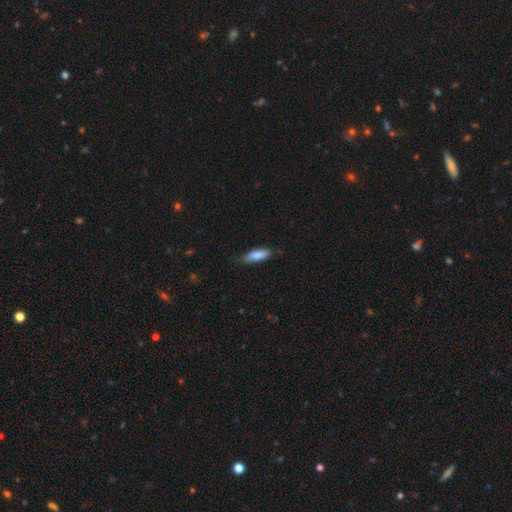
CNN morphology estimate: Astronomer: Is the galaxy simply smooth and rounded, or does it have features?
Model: smooth — 83%.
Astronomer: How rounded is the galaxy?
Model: in between — 51% (runner-up: cigar-shaped, 48%).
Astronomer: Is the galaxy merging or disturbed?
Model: none — 71%.